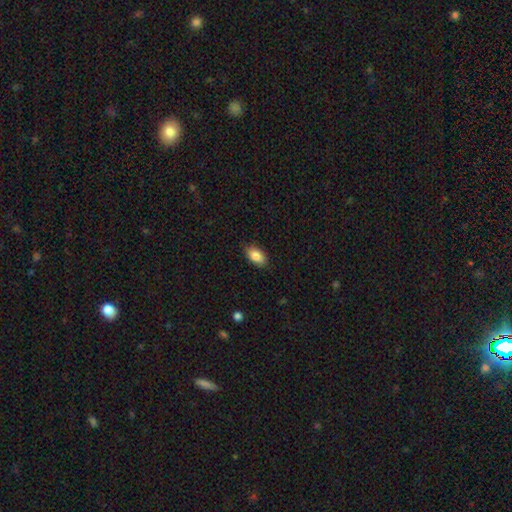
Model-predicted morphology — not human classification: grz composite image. It shows a smooth galaxy with no disk features (86%) that is in between round and cigar-shaped (92%). Merging: none (85%).